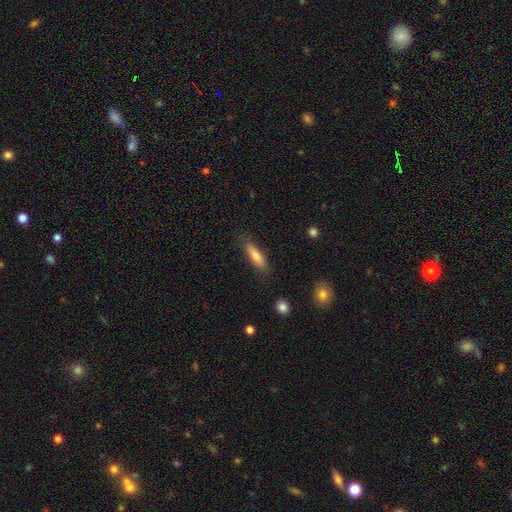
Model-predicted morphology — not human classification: This appears to be a smooth galaxy with no disk features (74%) that is cigar-shaped (71%). Merging: none (83%).